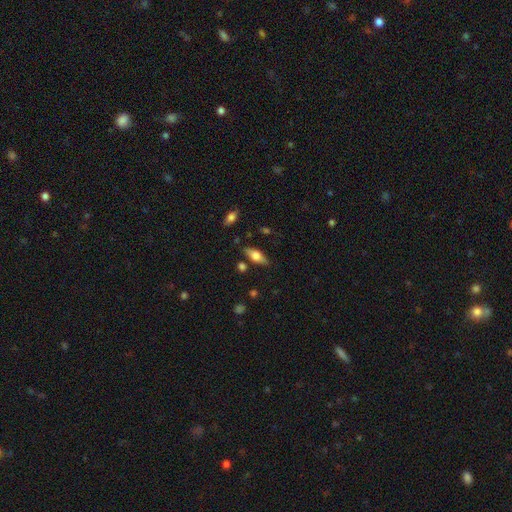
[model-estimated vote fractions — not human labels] Smooth or featured?
  - smooth: 56% *
  - featured or disk: 37%
  - star or artifact: 7%
How rounded?
  - in between: 72% *
  - cigar-shaped: 25%
  - round: 3%
Merging?
  - none: 80% *
  - minor disturbance: 13%
  - merger: 4%
  - major disturbance: 3%